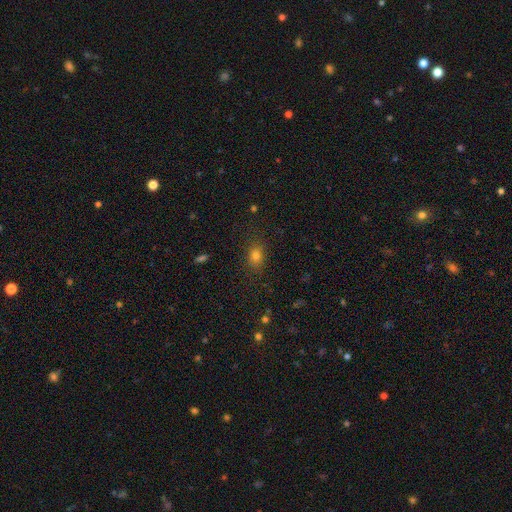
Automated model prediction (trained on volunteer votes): A smooth galaxy with no disk features (76%) that is in between round and cigar-shaped (60%). Merging: none (83%).